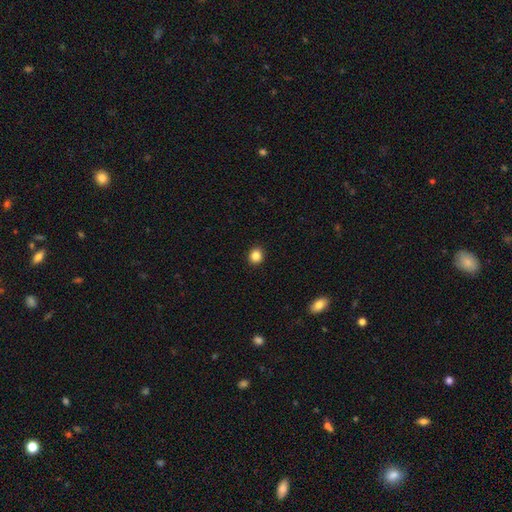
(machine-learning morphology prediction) This appears to be a smooth galaxy with no disk features (85%) that is round (85%). Merging: none (92%).